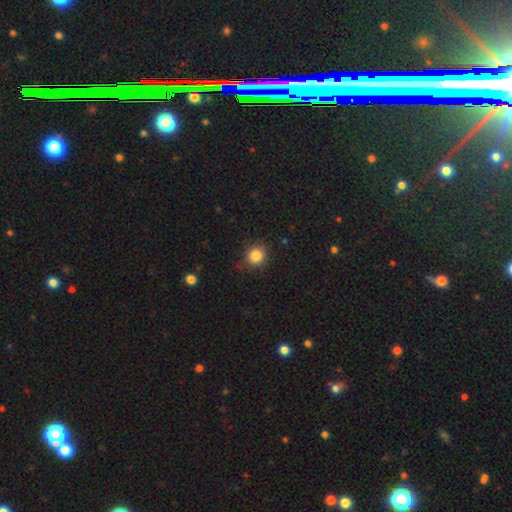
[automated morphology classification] smooth 85%, star or artifact 11%, featured or disk 4%. Down the decision tree: how rounded — round (87%); merging — none (85%).